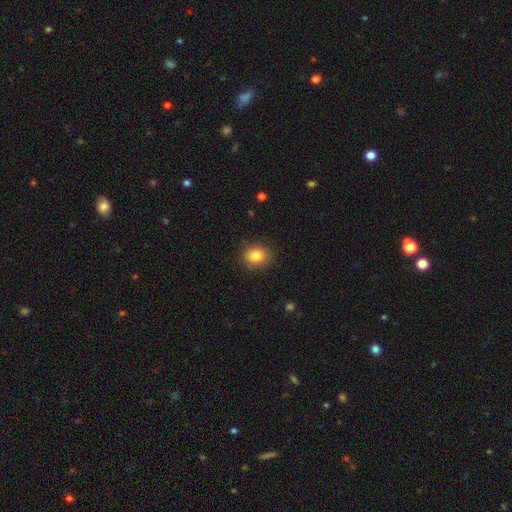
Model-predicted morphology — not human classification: Smooth or featured? Predicted: smooth (p=0.84). How rounded? Predicted: round (p=0.63). Merging? Predicted: none (p=0.87).